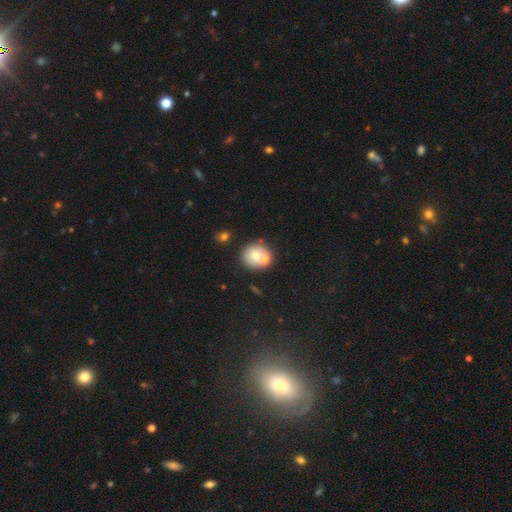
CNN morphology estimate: smooth_or_featured: smooth (p=0.66) [alt: featured or disk p=0.23]
how_rounded: round (p=0.83) [alt: in between p=0.16]
merging: none (p=0.53) [alt: merger p=0.31]